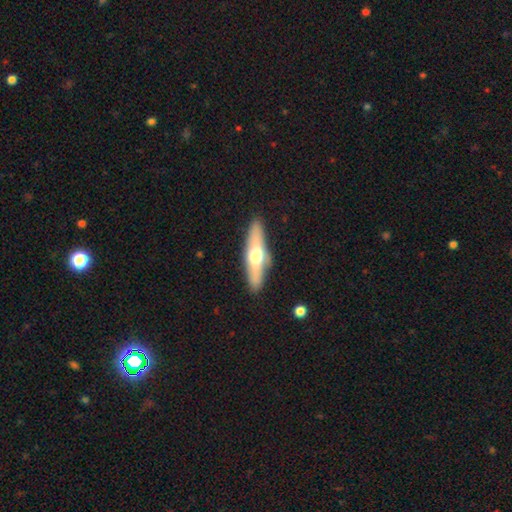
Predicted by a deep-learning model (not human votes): Smooth or featured? Predicted: featured or disk (p=0.49). Merging? Predicted: none (p=0.85).